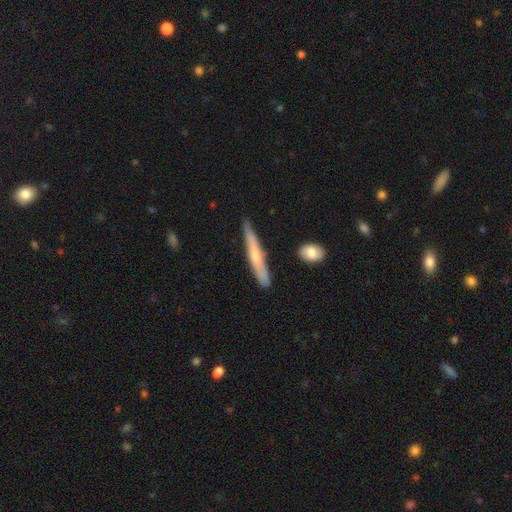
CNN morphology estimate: A smooth galaxy with no disk features (51%) that is cigar-shaped (94%).

Vote fractions:
- Smooth or featured? smooth: 51% / featured or disk: 44% / star or artifact: 6%
- How rounded? cigar-shaped: 94% / in between: 4% / round: 2%
- Merging? none: 80% / minor disturbance: 15% / merger: 3% / major disturbance: 2%